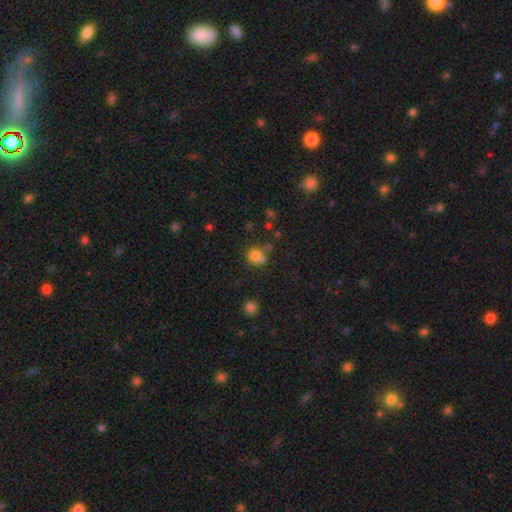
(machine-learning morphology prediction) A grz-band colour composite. It shows a smooth galaxy with no disk features (74%) that is round (78%). Merging: none (48%).